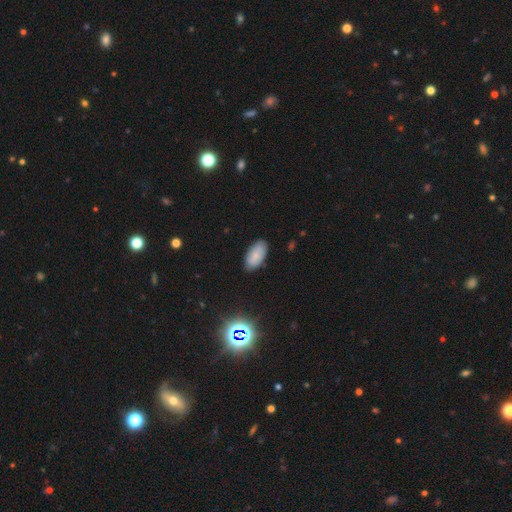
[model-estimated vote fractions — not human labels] Smooth or featured? smooth (78%)
How rounded? in between (95%)
Merging? none (82%)